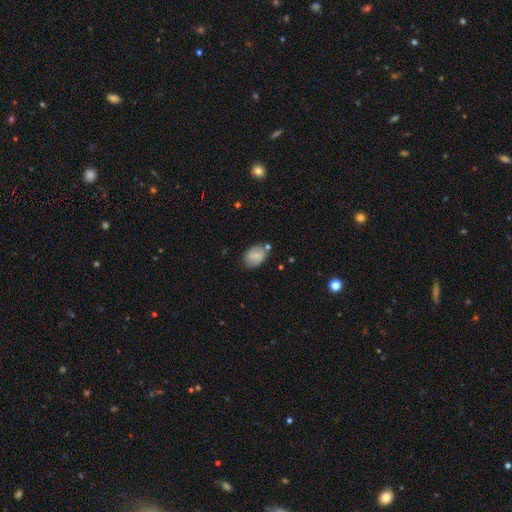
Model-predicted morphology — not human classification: Smooth or featured?
  - smooth: 70% *
  - featured or disk: 21%
  - star or artifact: 8%
How rounded?
  - in between: 75% *
  - round: 24%
  - cigar-shaped: 1%
Merging?
  - none: 69% *
  - minor disturbance: 19%
  - merger: 8%
  - major disturbance: 4%